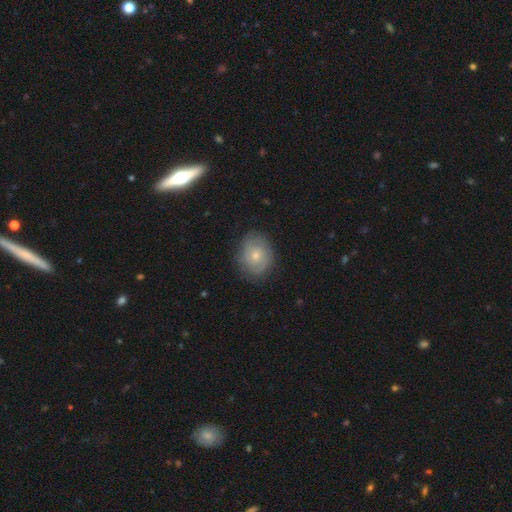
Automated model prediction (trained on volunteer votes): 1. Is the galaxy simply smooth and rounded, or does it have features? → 48% smooth, 44% featured or disk, 8% star or artifact.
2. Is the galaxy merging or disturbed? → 80% none, 15% minor disturbance, 4% major disturbance, 1% merger.